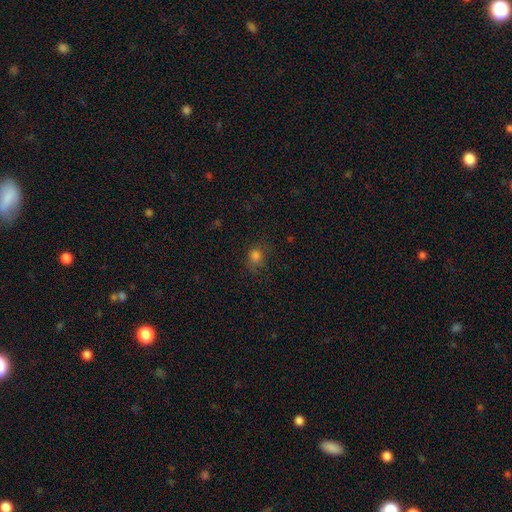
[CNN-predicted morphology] Smooth or featured: smooth — 77% (star or artifact — 16%)
How rounded: round — 63% (in between — 35%)
Merging: none — 67% (minor disturbance — 21%)